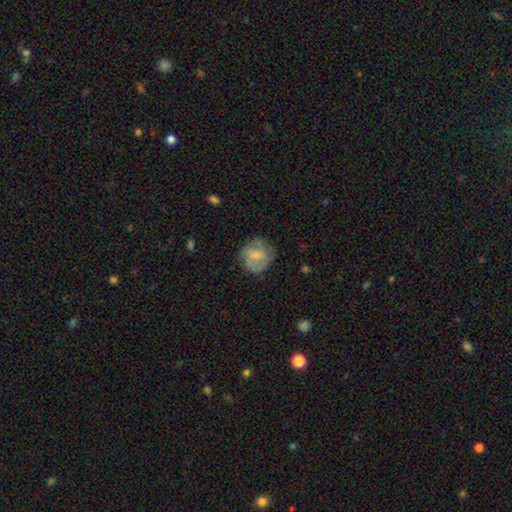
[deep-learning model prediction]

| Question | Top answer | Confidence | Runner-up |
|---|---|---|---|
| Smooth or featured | smooth | 49% | featured or disk (43%) |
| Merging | none | 66% | minor disturbance (22%) |